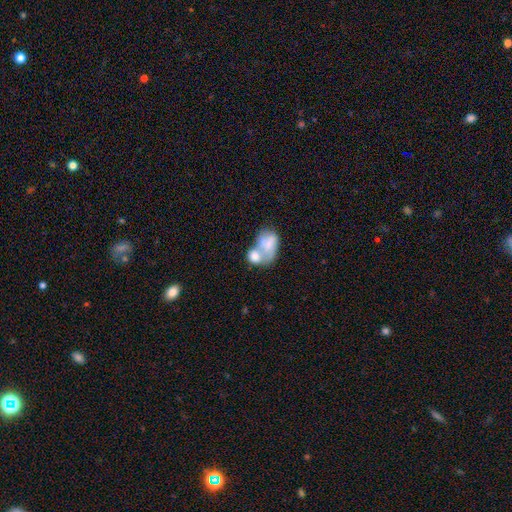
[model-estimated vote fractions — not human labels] Q: Smooth or featured?
A: smooth (64%); runner-up: featured or disk (29%)
Q: How rounded?
A: in between (75%); runner-up: round (23%)
Q: Merging?
A: merger (69%); runner-up: none (13%)